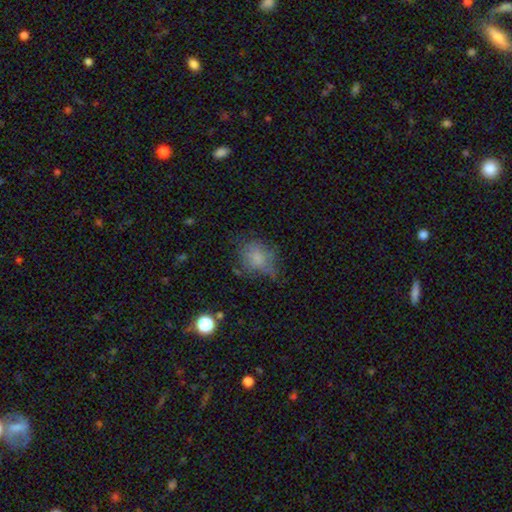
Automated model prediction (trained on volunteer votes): Smooth or featured? Predicted: smooth (p=0.68). How rounded? Predicted: in between (p=0.52). Merging? Predicted: none (p=0.47).